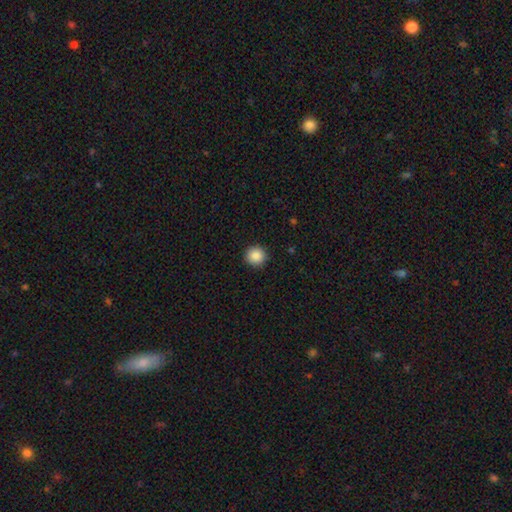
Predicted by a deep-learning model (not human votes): Q: Smooth or featured?
A: smooth (87%); runner-up: star or artifact (9%)
Q: How rounded?
A: round (94%); runner-up: in between (5%)
Q: Merging?
A: none (92%); runner-up: minor disturbance (5%)